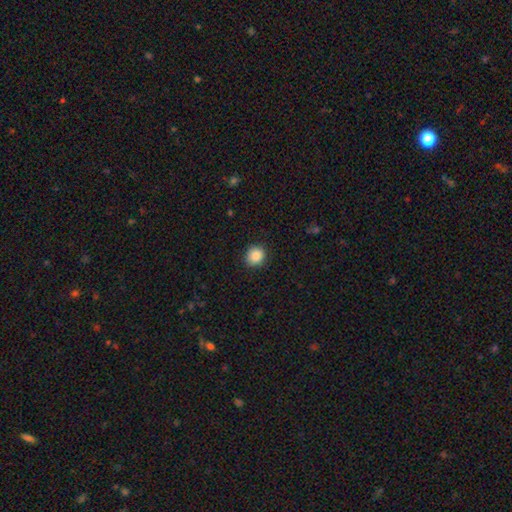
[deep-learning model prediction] A smooth galaxy with no disk features (88%) that is round (82%).

Vote fractions:
- Smooth or featured? smooth: 88% / star or artifact: 9% / featured or disk: 3%
- How rounded? round: 82% / in between: 17% / cigar-shaped: 1%
- Merging? none: 88% / minor disturbance: 9% / major disturbance: 2% / merger: 1%